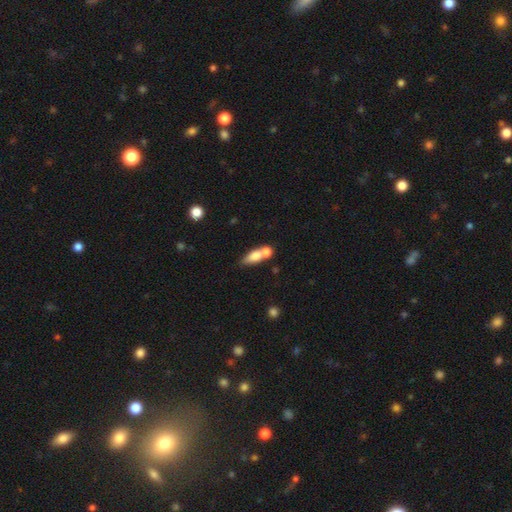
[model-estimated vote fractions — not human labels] The model was most divided on "merging": merger: 50%, none: 34%, minor disturbance: 11%, major disturbance: 5%. More confident: smooth or featured — smooth (72%); how rounded — in between (64%).